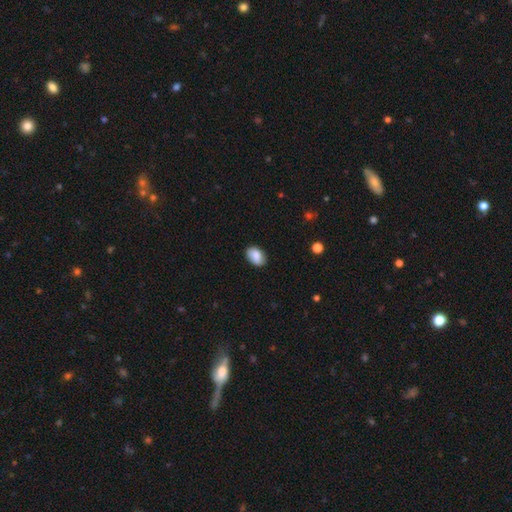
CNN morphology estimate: This is clearly a smooth galaxy (85%). How rounded: clearly in between (87%). Merging: clearly none (85%).